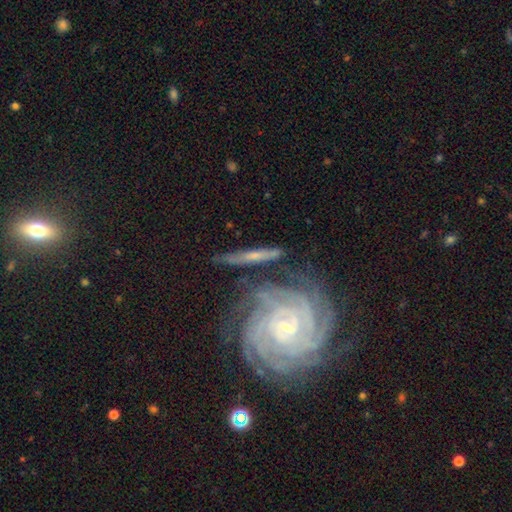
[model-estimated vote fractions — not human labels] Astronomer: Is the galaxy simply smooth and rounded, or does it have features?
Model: featured or disk — 78%.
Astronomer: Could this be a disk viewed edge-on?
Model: no — 76%.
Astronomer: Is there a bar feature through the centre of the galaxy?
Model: no — 46% (runner-up: weak, 33%).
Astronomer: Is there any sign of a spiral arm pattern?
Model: yes — 94%.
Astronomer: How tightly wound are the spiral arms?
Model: tight — 77%.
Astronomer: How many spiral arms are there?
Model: can't tell — 29% (runner-up: 3, 23%).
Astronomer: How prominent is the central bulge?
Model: small — 68%.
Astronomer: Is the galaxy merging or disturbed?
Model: none — 66%.